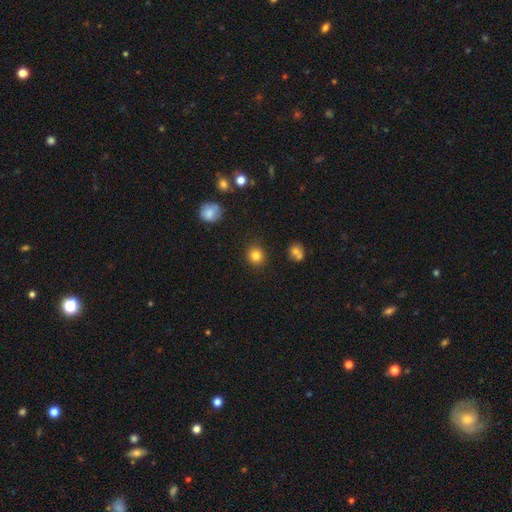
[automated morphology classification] This is clearly a smooth galaxy (83%). How rounded: clearly round (90%). Merging: clearly none (89%).